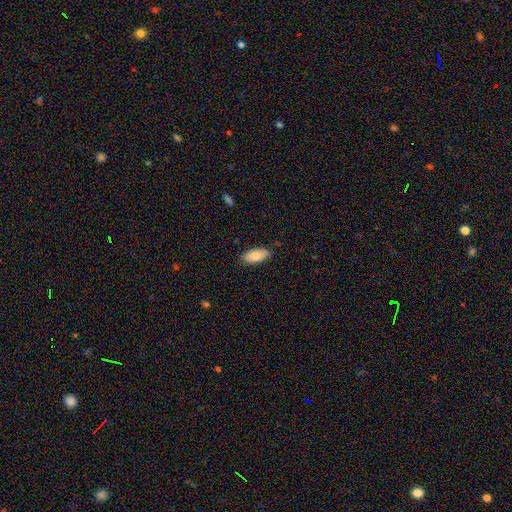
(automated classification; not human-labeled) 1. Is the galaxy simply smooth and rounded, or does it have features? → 81% smooth, 12% featured or disk, 6% star or artifact.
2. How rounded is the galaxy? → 89% in between, 9% cigar-shaped, 2% round.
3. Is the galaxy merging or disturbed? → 83% none, 14% minor disturbance, 2% major disturbance, 1% merger.